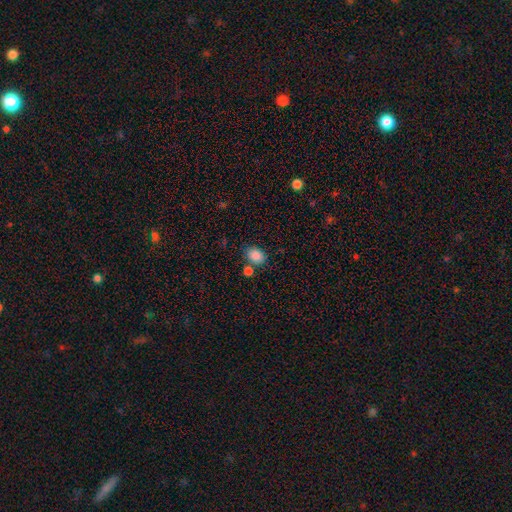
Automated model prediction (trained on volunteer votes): Smooth or featured? smooth (87%)
How rounded? in between (65%)
Merging? none (72%)